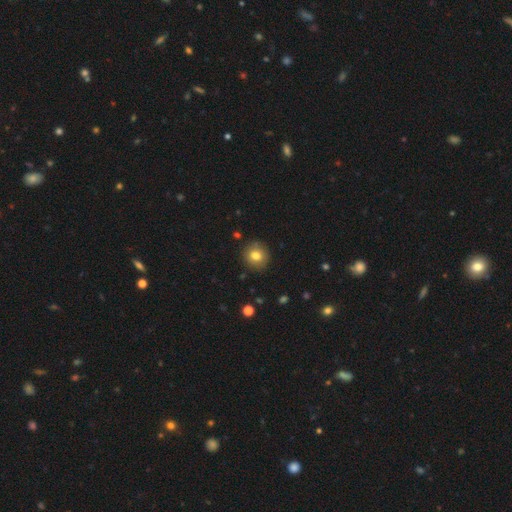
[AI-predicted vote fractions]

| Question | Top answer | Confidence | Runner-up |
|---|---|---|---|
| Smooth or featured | smooth | 79% | star or artifact (10%) |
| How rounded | round | 88% | in between (11%) |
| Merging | none | 88% | minor disturbance (9%) |